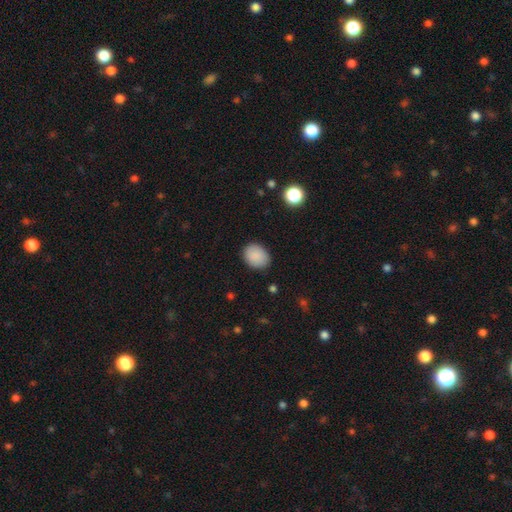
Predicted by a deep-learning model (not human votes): Smooth or featured? smooth (89%)
How rounded? in between (50%)
Merging? none (86%)